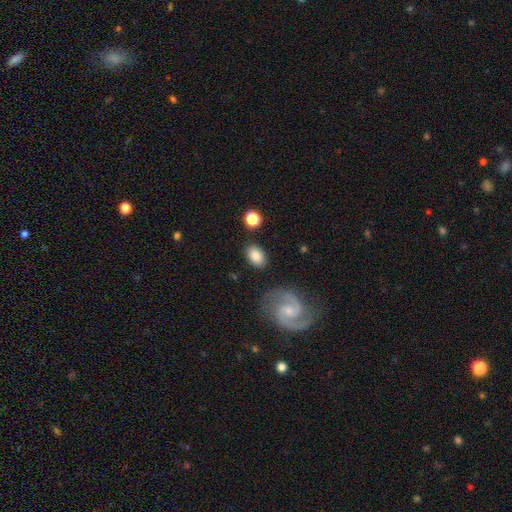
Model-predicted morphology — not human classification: smooth_or_featured: smooth (p=0.78) [alt: featured or disk p=0.15]
how_rounded: in between (p=0.85) [alt: round p=0.14]
merging: none (p=0.82) [alt: minor disturbance p=0.11]